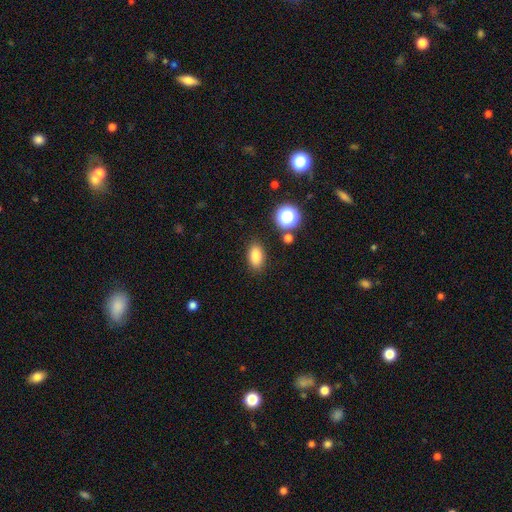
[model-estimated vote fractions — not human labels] Morphology: type=smooth (83%); roundness=in between (87%); merging=none (86%).